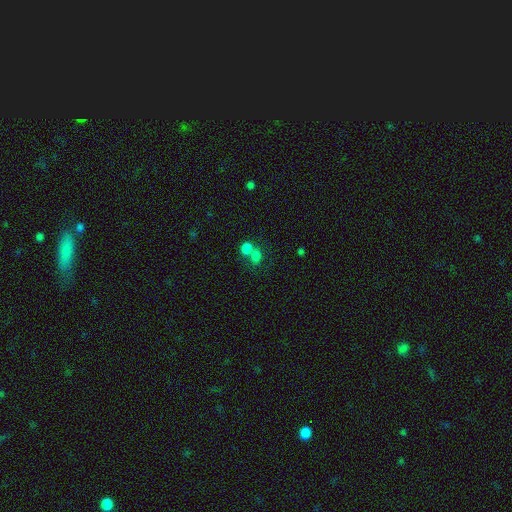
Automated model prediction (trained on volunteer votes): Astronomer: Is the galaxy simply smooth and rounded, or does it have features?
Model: smooth — 76%.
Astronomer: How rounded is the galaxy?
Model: in between — 52% (runner-up: round, 47%).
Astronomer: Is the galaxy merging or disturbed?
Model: merger — 49% (runner-up: none, 36%).